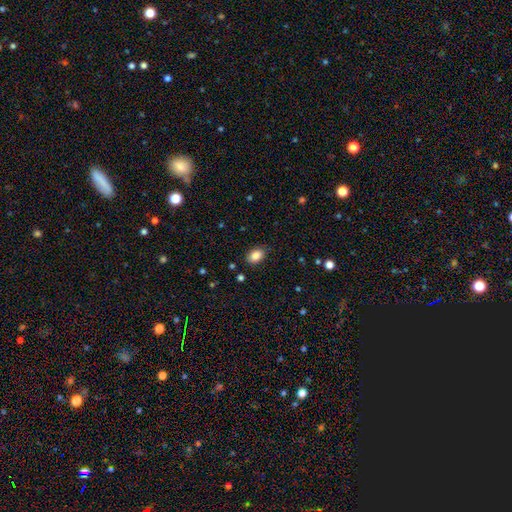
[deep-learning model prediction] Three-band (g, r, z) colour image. It shows a smooth galaxy with no disk features (87%) that is in between round and cigar-shaped (85%). Merging: none (84%).